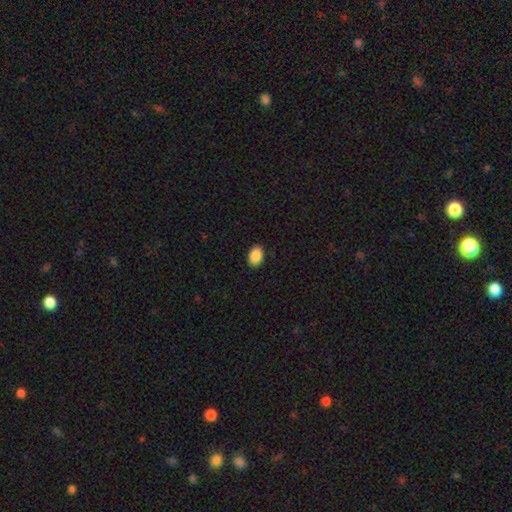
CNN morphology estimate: smooth-or-featured: smooth: 89% | star or artifact: 7% | featured or disk: 3%
  how-rounded: in between: 85% | round: 14% | cigar-shaped: 1%
  merging: none: 90% | minor disturbance: 8% | major disturbance: 2% | merger: 1%